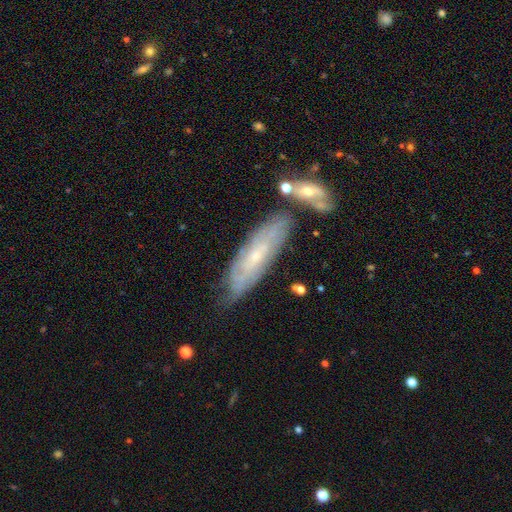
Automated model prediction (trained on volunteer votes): Q: Smooth or featured?
A: featured or disk (67%); runner-up: smooth (26%)
Q: Edge-on disk?
A: no (74%); runner-up: yes (26%)
Q: Merging?
A: none (68%); runner-up: minor disturbance (18%)